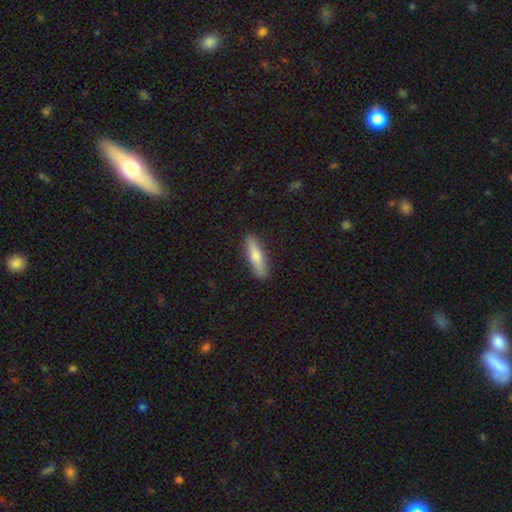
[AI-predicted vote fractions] A smooth galaxy with no disk features (70%) that is cigar-shaped (75%).

Vote fractions:
- Smooth or featured? smooth: 70% / featured or disk: 25% / star or artifact: 6%
- How rounded? cigar-shaped: 75% / in between: 23% / round: 2%
- Merging? none: 89% / minor disturbance: 8% / major disturbance: 2% / merger: 1%